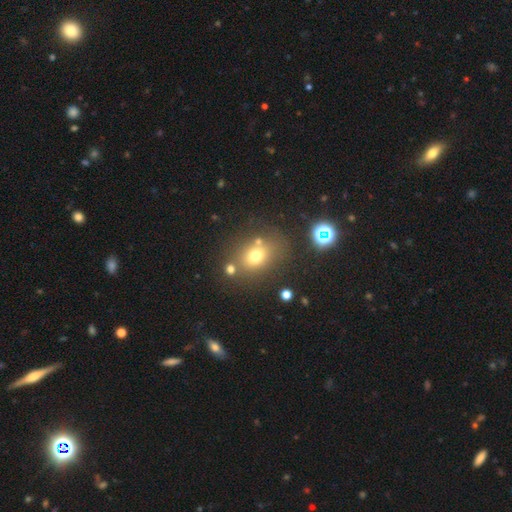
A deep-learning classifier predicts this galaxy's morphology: Q: Smooth or featured?
A: smooth (69%); runner-up: star or artifact (17%)
Q: How rounded?
A: in between (50%); runner-up: round (48%)
Q: Merging?
A: none (69%); runner-up: minor disturbance (13%)